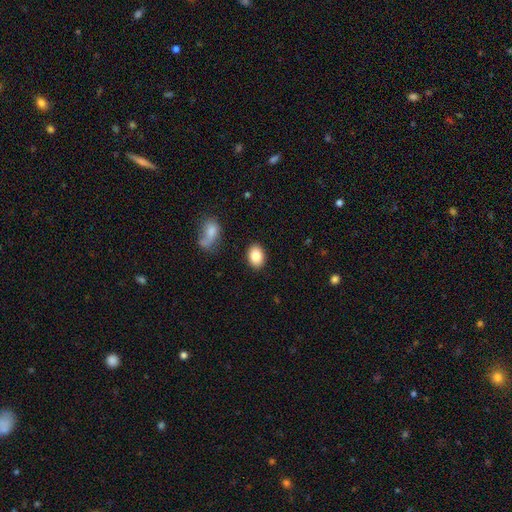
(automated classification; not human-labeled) smooth_or_featured: smooth (p=0.84) [alt: featured or disk p=0.09]
how_rounded: in between (p=0.78) [alt: round p=0.21]
merging: none (p=0.87) [alt: minor disturbance p=0.08]